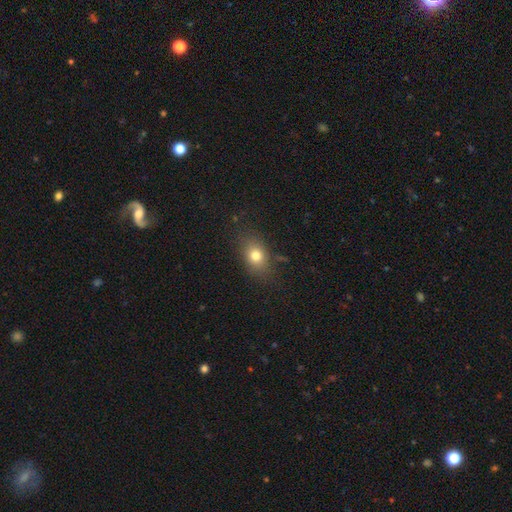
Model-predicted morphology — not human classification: This appears to be a smooth galaxy with no disk features (76%) that is in between round and cigar-shaped (65%). Merging: none (80%).